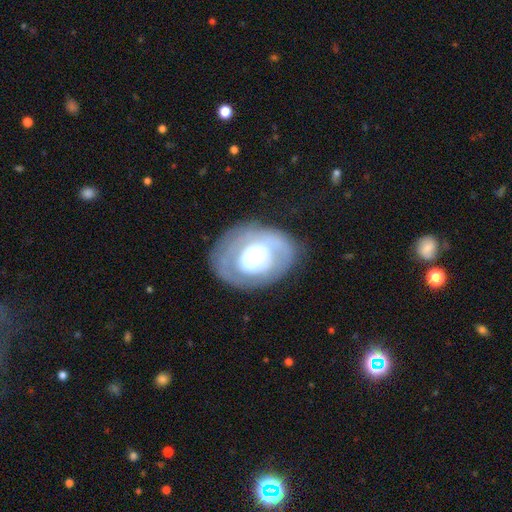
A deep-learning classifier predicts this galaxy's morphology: Q: Smooth or featured?
A: featured or disk (64%); runner-up: smooth (30%)
Q: Edge-on disk?
A: no (95%); runner-up: yes (5%)
Q: Bar?
A: no (79%); runner-up: weak (16%)
Q: Spiral arms?
A: no (56%); runner-up: yes (44%)
Q: Bulge size?
A: moderate (61%); runner-up: small (18%)
Q: Merging?
A: none (70%); runner-up: minor disturbance (18%)